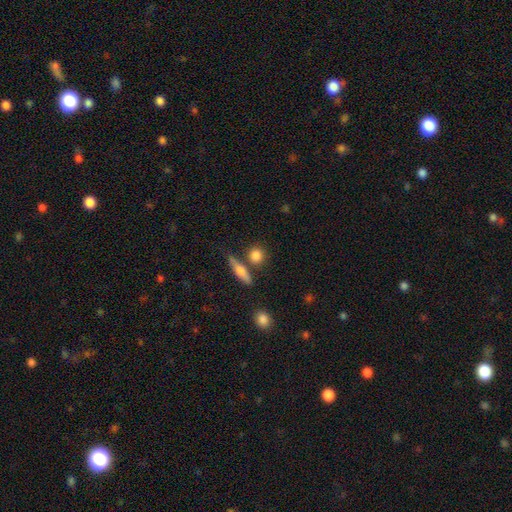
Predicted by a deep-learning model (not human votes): This is clearly a smooth galaxy (83%). How rounded: likely round (78%). Merging: likely none (73%).